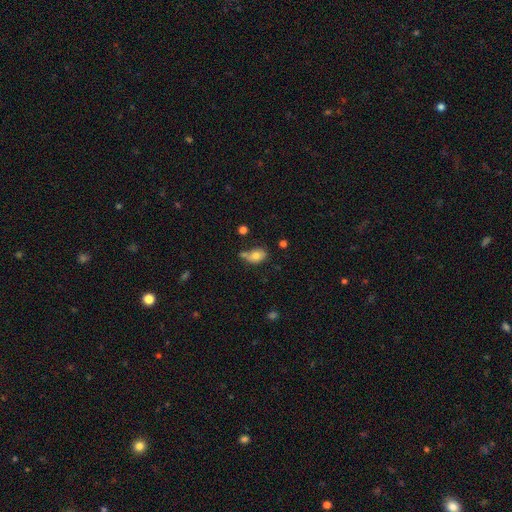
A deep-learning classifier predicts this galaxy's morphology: smooth_or_featured: smooth (p=0.75) [alt: featured or disk p=0.16]
how_rounded: in between (p=0.80) [alt: round p=0.18]
merging: none (p=0.46) [alt: minor disturbance p=0.25]